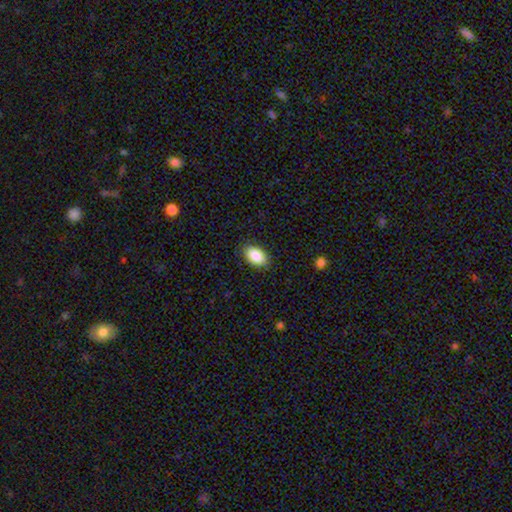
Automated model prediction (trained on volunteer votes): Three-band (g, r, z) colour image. It shows a smooth galaxy with no disk features (89%) that is in between round and cigar-shaped (92%). Merging: none (87%).